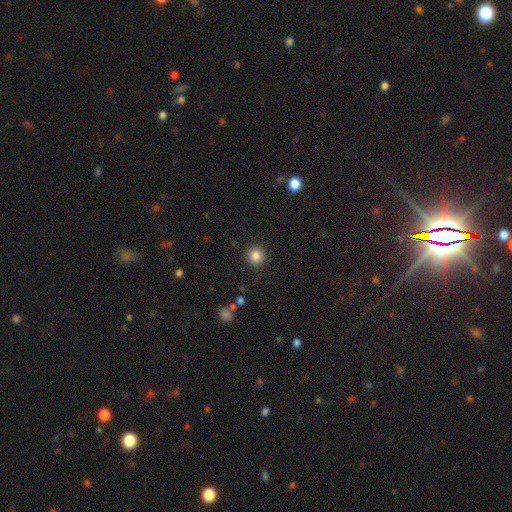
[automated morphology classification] A smooth galaxy with no disk features (85%) that is round (93%).

Vote fractions:
- Smooth or featured? smooth: 85% / star or artifact: 11% / featured or disk: 5%
- How rounded? round: 93% / in between: 6% / cigar-shaped: 1%
- Merging? none: 91% / minor disturbance: 5% / major disturbance: 2% / merger: 1%